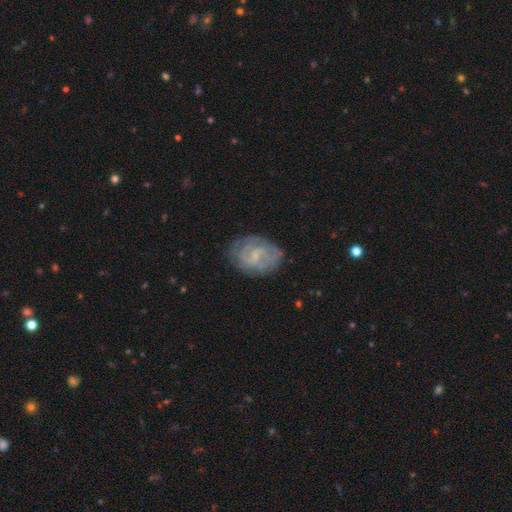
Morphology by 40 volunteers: This is clearly a featured or disk galaxy (92%). It is clearly not viewed edge-on (95%). Bar: likely weak (60%). Spiral arm pattern: clearly yes (91%). Spiral arm count: likely 2 (75%). Spiral winding: likely medium (69%). Central bulge: possibly small (46%). Merging: likely none (77%).